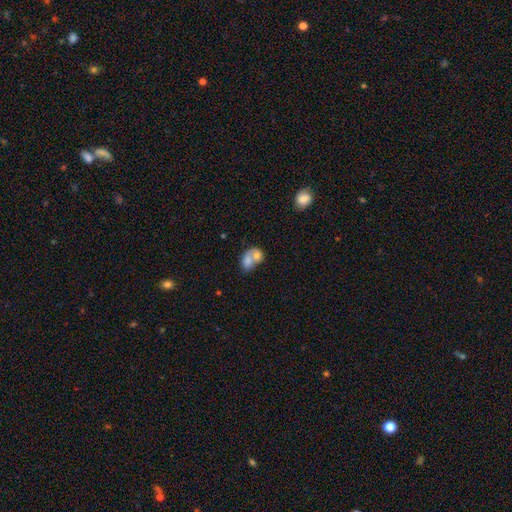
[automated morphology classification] smooth_or_featured: smooth (p=0.68) [alt: featured or disk p=0.24]
how_rounded: in between (p=0.63) [alt: round p=0.36]
merging: merger (p=0.73) [alt: none p=0.15]